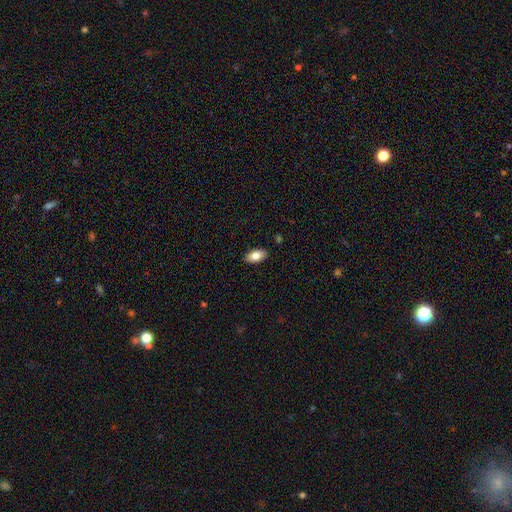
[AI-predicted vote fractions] Smooth or featured? smooth (81%)
How rounded? in between (92%)
Merging? none (88%)